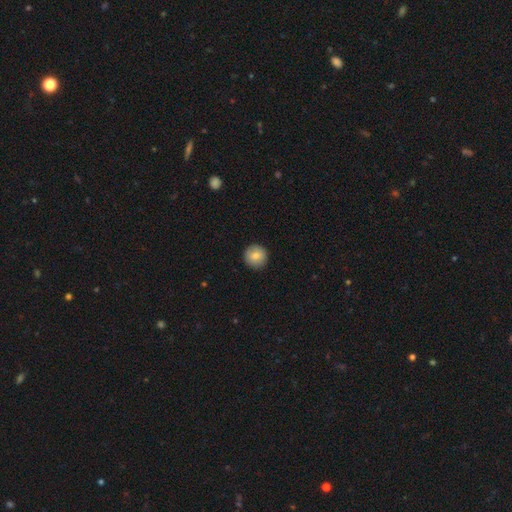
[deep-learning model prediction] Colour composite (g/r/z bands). It shows a smooth galaxy with no disk features (79%) that is round (96%). Merging: none (91%).